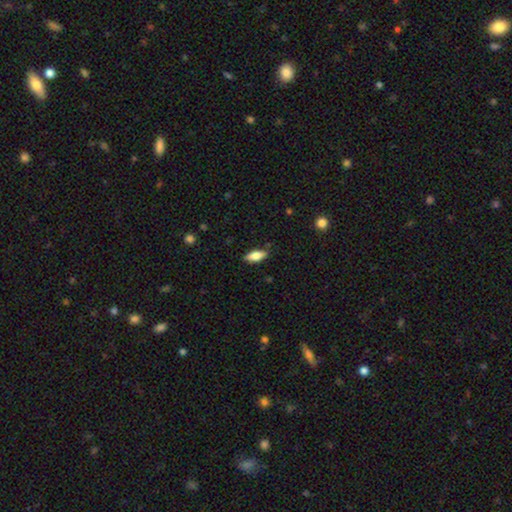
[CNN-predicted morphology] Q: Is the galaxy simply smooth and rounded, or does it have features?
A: smooth — 77%.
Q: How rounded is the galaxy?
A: in between — 76%.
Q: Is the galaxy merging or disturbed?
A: none — 81%.